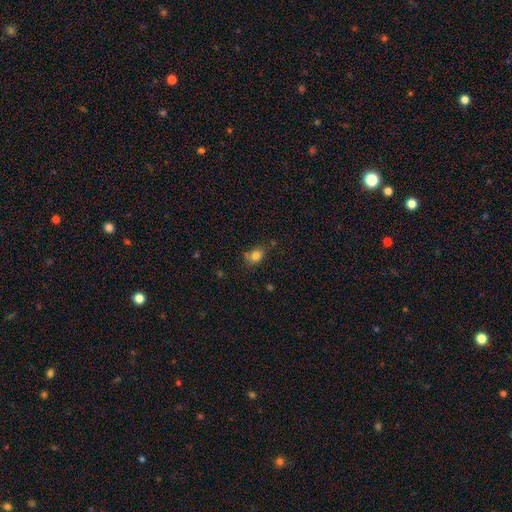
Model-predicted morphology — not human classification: smooth_or_featured: smooth (p=0.81) [alt: star or artifact p=0.12]
how_rounded: in between (p=0.54) [alt: round p=0.45]
merging: none (p=0.66) [alt: minor disturbance p=0.21]